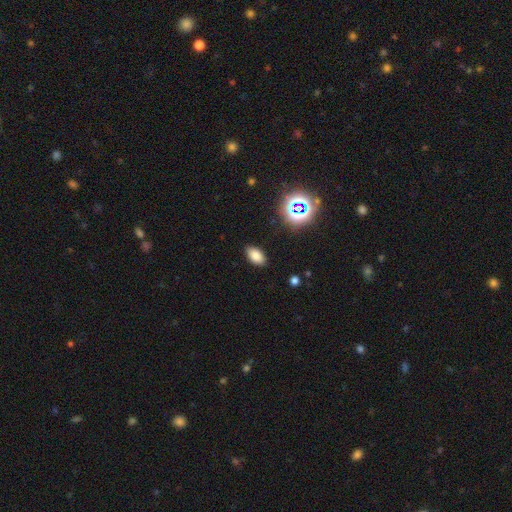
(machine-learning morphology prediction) smooth 79%, star or artifact 15%, featured or disk 7%. Down the decision tree: how rounded — in between (92%); merging — none (88%).